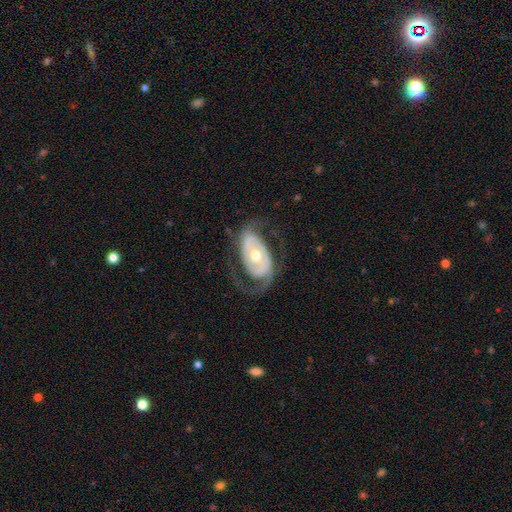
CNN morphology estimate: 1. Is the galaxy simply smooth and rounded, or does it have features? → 84% featured or disk, 11% smooth, 4% star or artifact.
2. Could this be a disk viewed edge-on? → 95% no, 5% yes.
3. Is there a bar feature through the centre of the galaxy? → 59% no, 25% weak, 16% strong.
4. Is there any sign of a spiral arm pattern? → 87% yes, 13% no.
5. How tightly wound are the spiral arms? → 42% medium, 31% loose, 26% tight.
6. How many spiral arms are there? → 84% 2, 7% can't tell, 5% 1, 2% 3, 1% 4, 1% more than 4.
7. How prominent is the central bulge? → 71% moderate, 21% small, 7% large, 1% dominant, 1% none.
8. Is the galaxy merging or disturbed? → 65% none, 19% major disturbance, 15% minor disturbance, 1% merger.